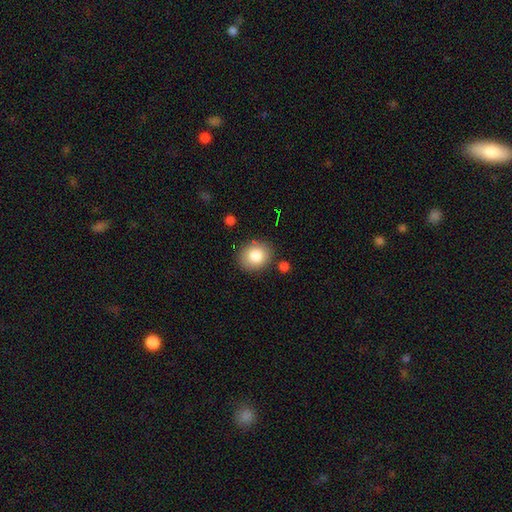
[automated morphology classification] This is clearly a smooth galaxy (83%). How rounded: likely round (64%). Merging: clearly none (82%).